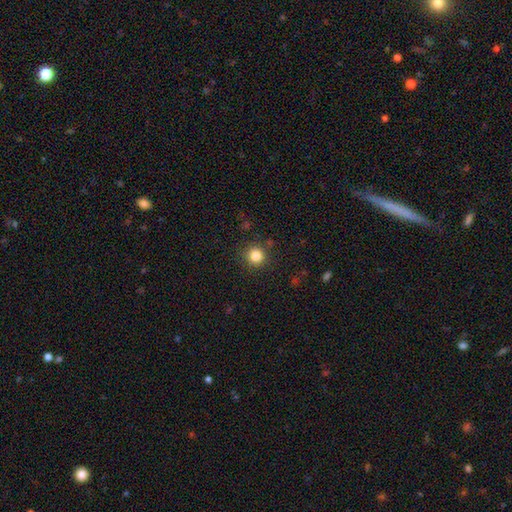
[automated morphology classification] This appears to be a smooth galaxy with no disk features (83%) that is round (94%). Merging: none (88%).